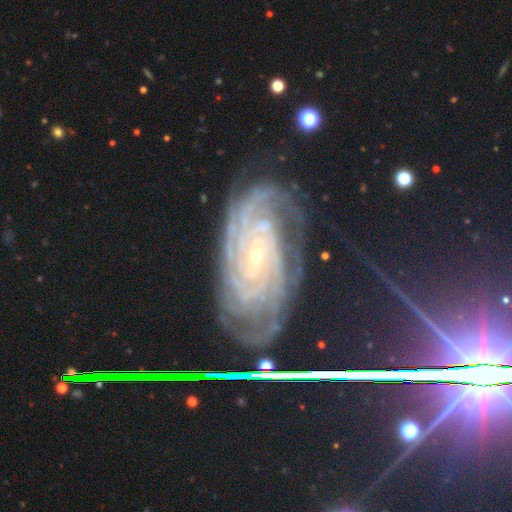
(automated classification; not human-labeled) A featured or disk galaxy (85%) with no bar (52%), 4 (23%) tight (81%) spiral arms (98%) and a small central bulge (82%).

Vote fractions:
- Smooth or featured? featured or disk: 85% / star or artifact: 10% / smooth: 5%
- Edge-on disk? no: 96% / yes: 4%
- Bar? no: 52% / weak: 31% / strong: 17%
- Spiral arms? yes: 98% / no: 2%
- Spiral winding? tight: 81% / medium: 16% / loose: 3%
- Spiral arm count? 4: 23% / can't tell: 21% / more than 4: 18% / 3: 17% / 2: 13% / 1: 9%
- Bulge size? small: 82% / moderate: 15% / none: 1% / large: 1% / dominant: 1%
- Merging? none: 76% / minor disturbance: 17% / major disturbance: 5% / merger: 2%